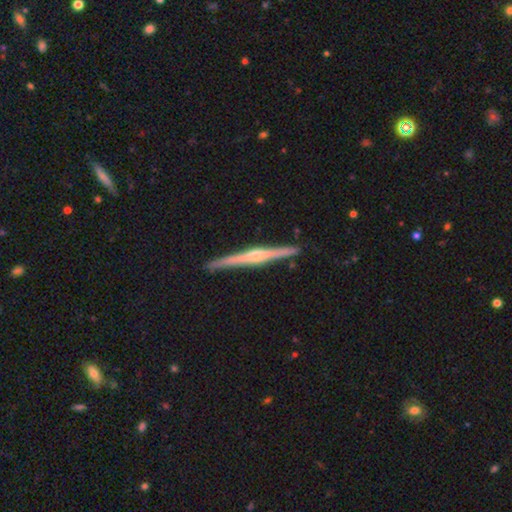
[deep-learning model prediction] Smooth or featured? Predicted: featured or disk (p=0.80). Edge-on disk? Predicted: yes (p=0.98). Edge-on bulge? Predicted: rounded (p=0.76). Merging? Predicted: none (p=0.91).